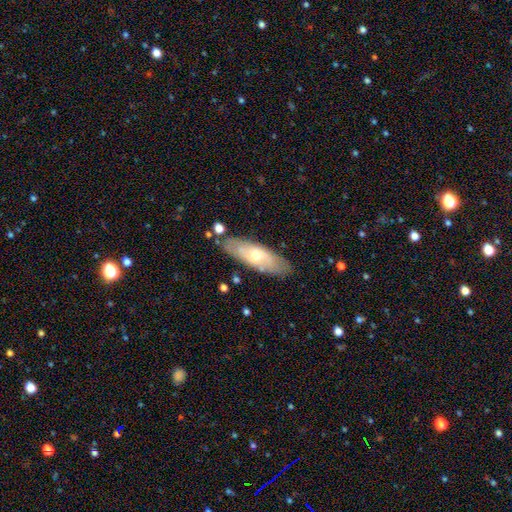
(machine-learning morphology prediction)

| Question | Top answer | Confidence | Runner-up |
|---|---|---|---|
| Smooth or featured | featured or disk | 48% | smooth (46%) |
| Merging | none | 80% | minor disturbance (14%) |